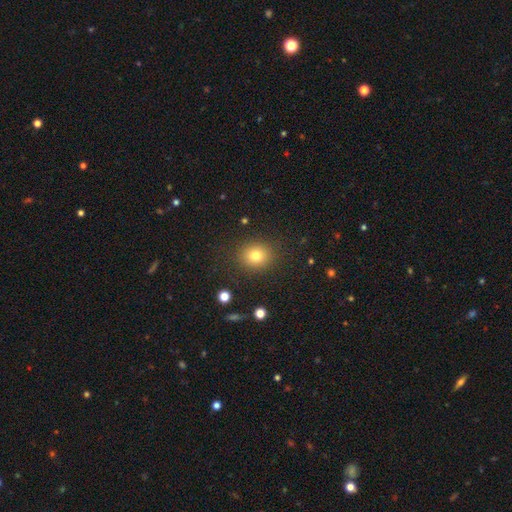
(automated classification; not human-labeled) Smooth or featured? smooth (78%)
How rounded? round (79%)
Merging? none (88%)